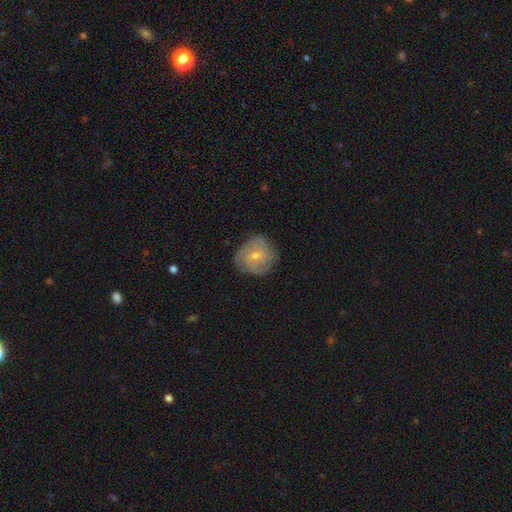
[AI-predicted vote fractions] Q: Smooth or featured?
A: smooth (48%); runner-up: featured or disk (45%)
Q: Merging?
A: none (70%); runner-up: minor disturbance (22%)